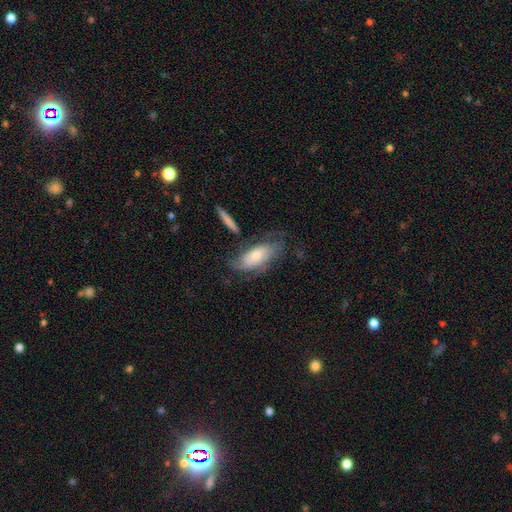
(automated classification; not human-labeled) The model was most divided on "smooth or featured": featured or disk: 56%, smooth: 37%, star or artifact: 7%. More confident: edge-on disk — no (86%); merging — none (56%).